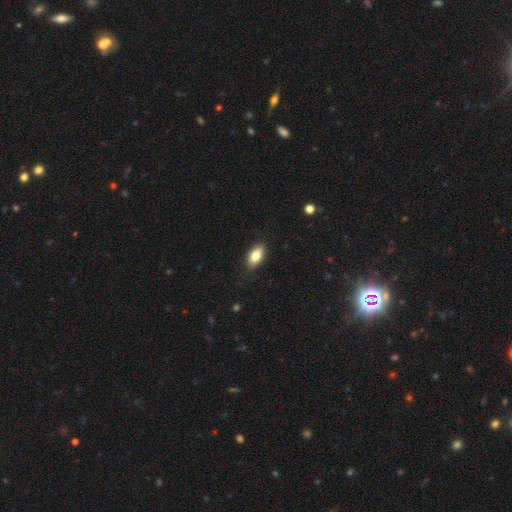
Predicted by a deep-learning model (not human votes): smooth-or-featured: smooth: 81% | featured or disk: 12% | star or artifact: 7%
  how-rounded: in between: 89% | cigar-shaped: 6% | round: 5%
  merging: none: 86% | minor disturbance: 11% | major disturbance: 2% | merger: 1%